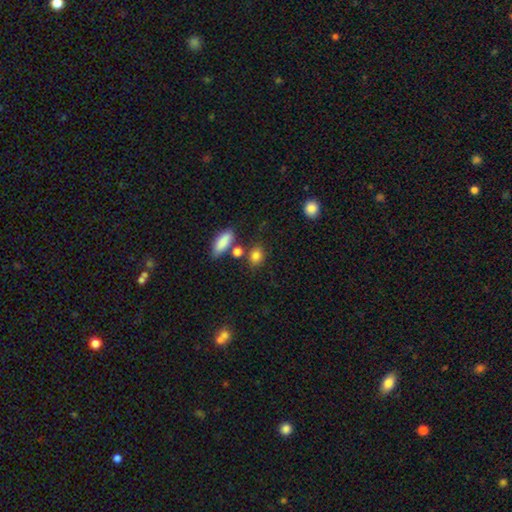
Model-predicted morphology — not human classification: This is clearly a smooth galaxy (84%). How rounded: possibly in between (59%). Merging: likely none (69%).